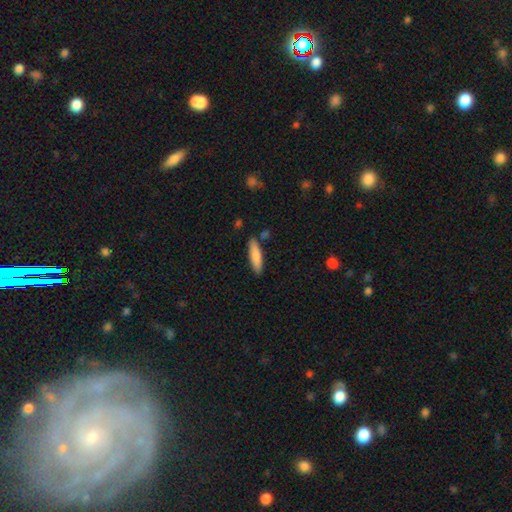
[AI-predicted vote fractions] Morphology: type=smooth (82%); roundness=cigar-shaped (71%); merging=none (84%).